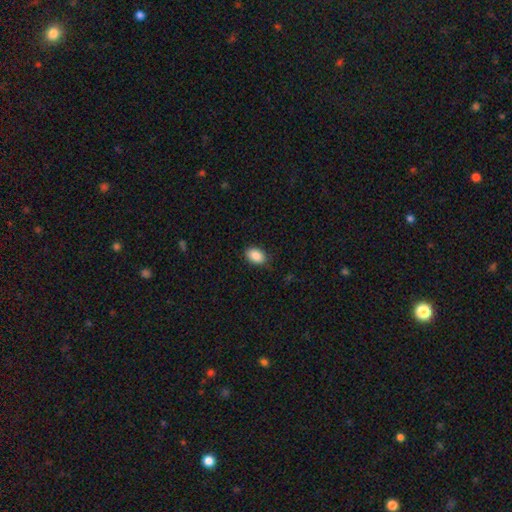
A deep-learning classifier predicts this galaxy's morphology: Smooth or featured: smooth — 89% (star or artifact — 7%)
How rounded: in between — 88% (round — 11%)
Merging: none — 84% (minor disturbance — 13%)